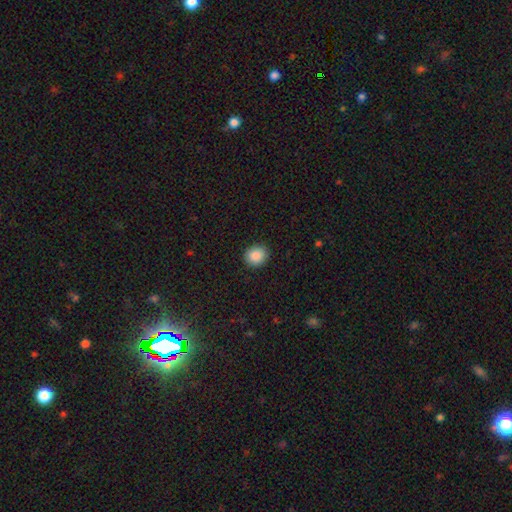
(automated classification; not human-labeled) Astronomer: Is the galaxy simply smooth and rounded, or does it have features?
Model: smooth — 88%.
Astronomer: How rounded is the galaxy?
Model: round — 72%.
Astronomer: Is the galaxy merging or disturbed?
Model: none — 89%.